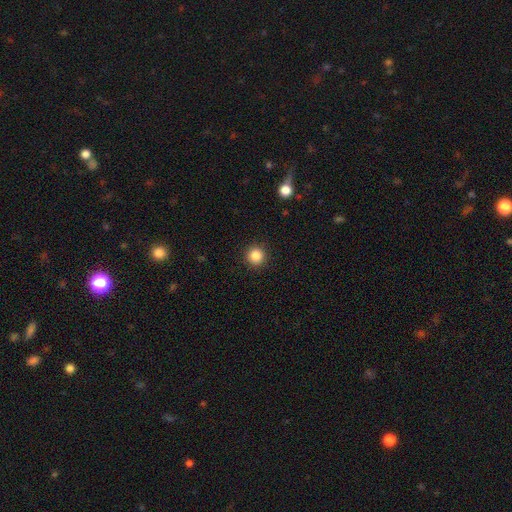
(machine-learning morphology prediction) The model was most divided on "smooth or featured": smooth: 85%, star or artifact: 11%, featured or disk: 4%. More confident: how rounded — round (95%); merging — none (92%).